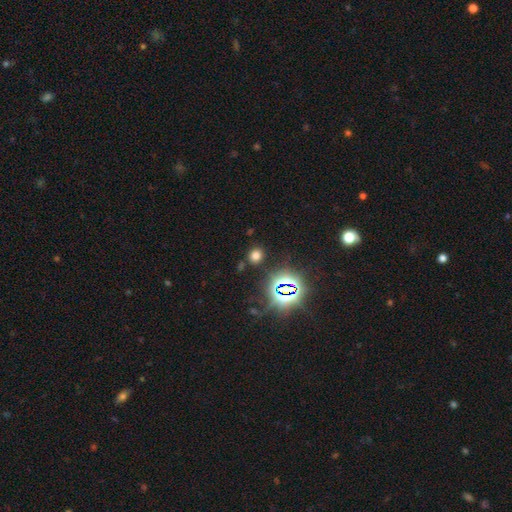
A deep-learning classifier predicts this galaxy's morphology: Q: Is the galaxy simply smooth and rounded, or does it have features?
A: smooth — 64%.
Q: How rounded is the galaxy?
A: round — 72%.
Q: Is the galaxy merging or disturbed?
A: none — 85%.